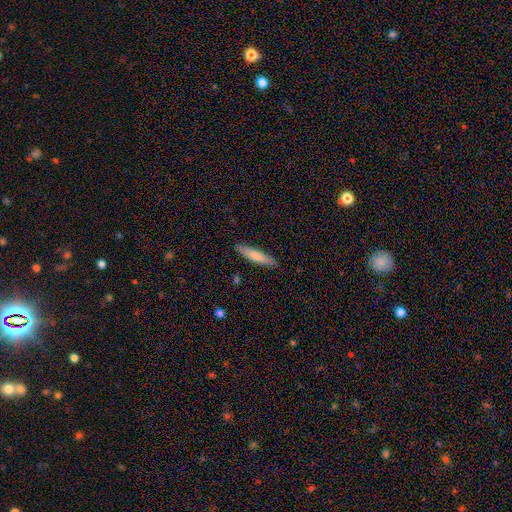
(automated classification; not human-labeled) Smooth or featured: smooth — 75% (featured or disk — 19%)
How rounded: cigar-shaped — 85% (in between — 14%)
Merging: none — 88% (minor disturbance — 9%)